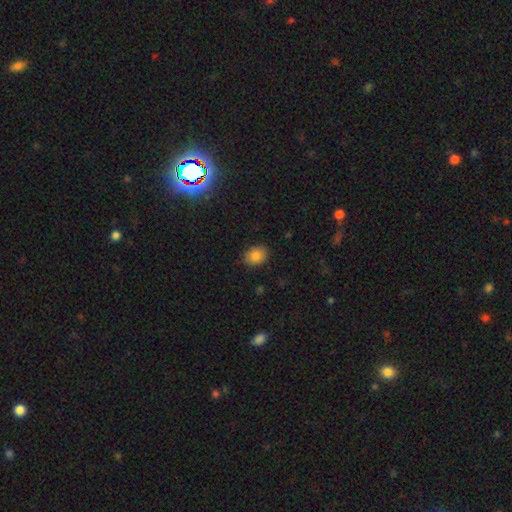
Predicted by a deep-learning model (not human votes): Morphology: type=smooth (84%); roundness=in between (56%); merging=none (87%).